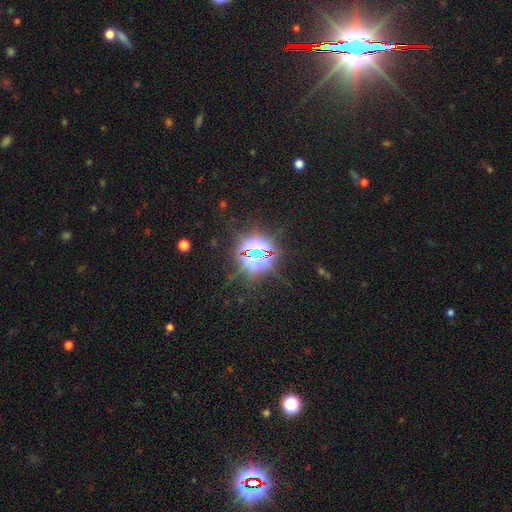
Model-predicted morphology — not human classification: Smooth or featured? Predicted: star or artifact (p=0.75).